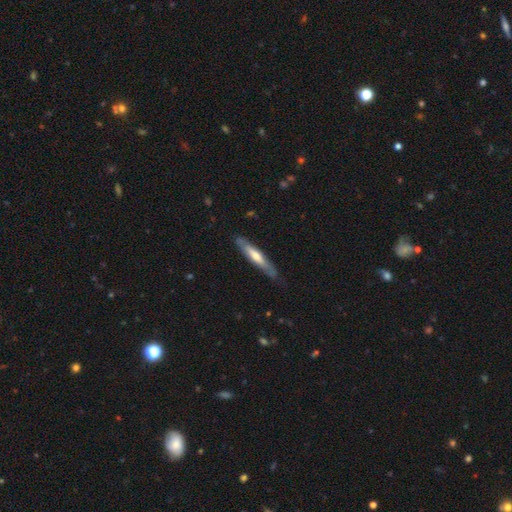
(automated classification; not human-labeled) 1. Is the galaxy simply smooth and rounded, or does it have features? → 50% featured or disk, 45% smooth, 5% star or artifact.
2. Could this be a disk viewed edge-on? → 80% yes, 20% no.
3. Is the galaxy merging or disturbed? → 80% none, 16% minor disturbance, 3% major disturbance, 1% merger.